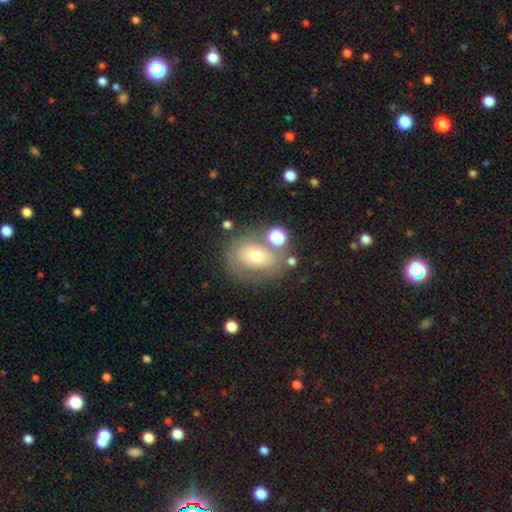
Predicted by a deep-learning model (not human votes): Q: Smooth or featured?
A: smooth (48%); runner-up: featured or disk (40%)
Q: Merging?
A: none (63%); runner-up: minor disturbance (17%)